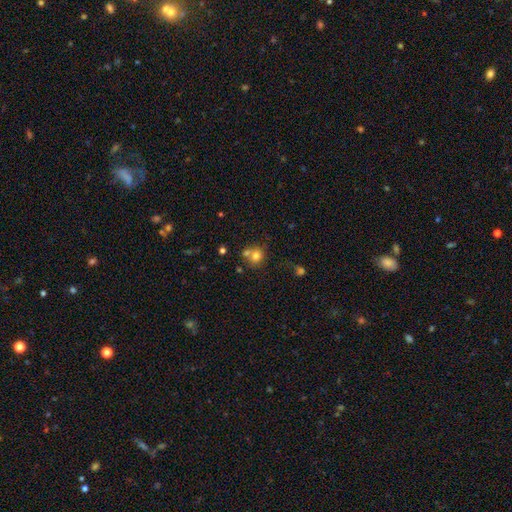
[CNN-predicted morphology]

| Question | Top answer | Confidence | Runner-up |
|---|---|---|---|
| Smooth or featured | smooth | 75% | star or artifact (13%) |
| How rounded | round | 82% | in between (17%) |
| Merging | none | 51% | merger (33%) |